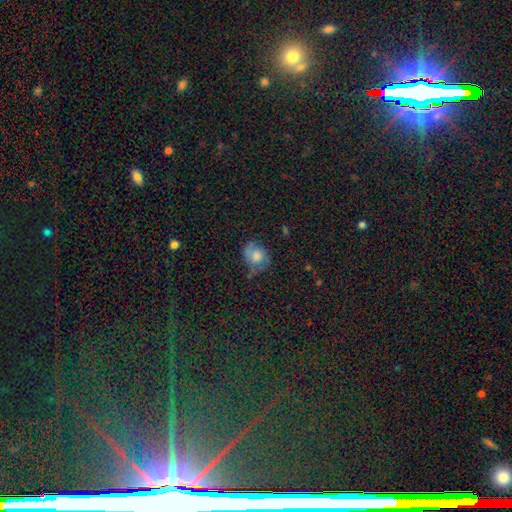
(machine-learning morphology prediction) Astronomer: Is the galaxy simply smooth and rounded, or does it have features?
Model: smooth — 64%.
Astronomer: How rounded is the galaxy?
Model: round — 58% (runner-up: in between, 41%).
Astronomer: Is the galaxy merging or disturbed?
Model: none — 47% (runner-up: minor disturbance, 32%).